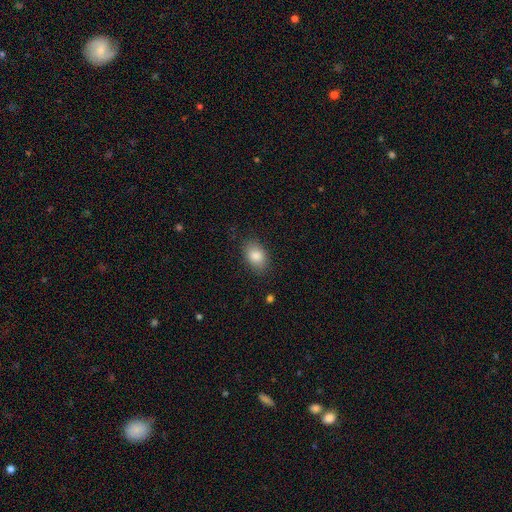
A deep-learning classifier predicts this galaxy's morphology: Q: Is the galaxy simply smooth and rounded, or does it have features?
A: smooth — 84%.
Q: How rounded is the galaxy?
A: in between — 83%.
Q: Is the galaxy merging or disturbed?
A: none — 84%.